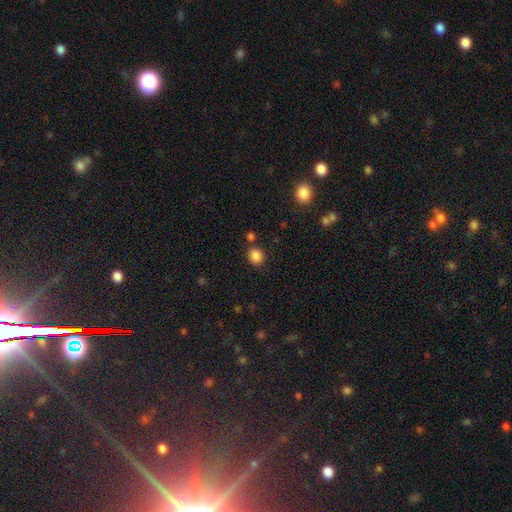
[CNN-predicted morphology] smooth_or_featured: smooth (p=0.86) [alt: star or artifact p=0.11]
how_rounded: round (p=0.84) [alt: in between p=0.15]
merging: none (p=0.81) [alt: minor disturbance p=0.09]